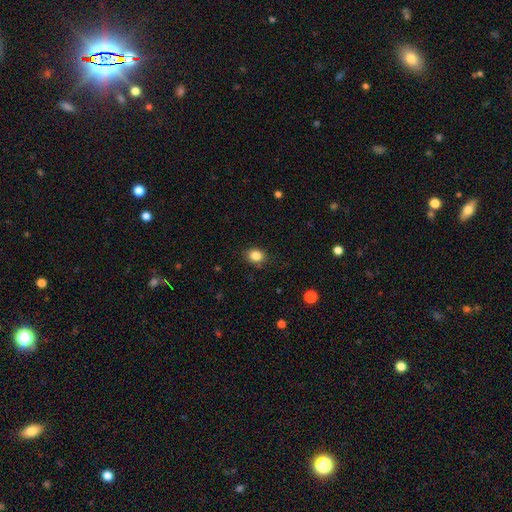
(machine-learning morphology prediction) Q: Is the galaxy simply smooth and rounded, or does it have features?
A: smooth — 85%.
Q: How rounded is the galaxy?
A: round — 54%.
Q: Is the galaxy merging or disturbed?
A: none — 86%.